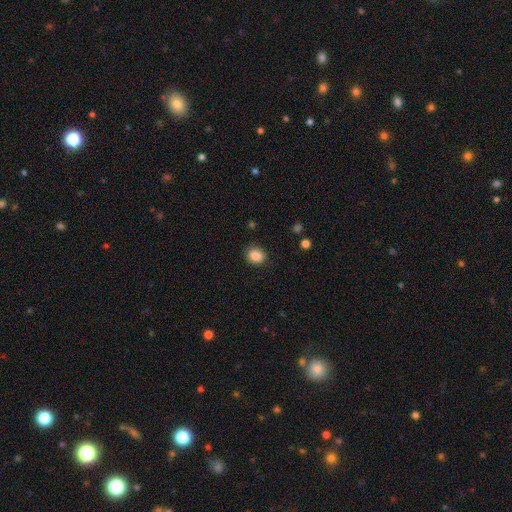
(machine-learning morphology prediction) Q: Smooth or featured?
A: smooth (87%); runner-up: star or artifact (9%)
Q: How rounded?
A: round (59%); runner-up: in between (40%)
Q: Merging?
A: none (87%); runner-up: minor disturbance (10%)